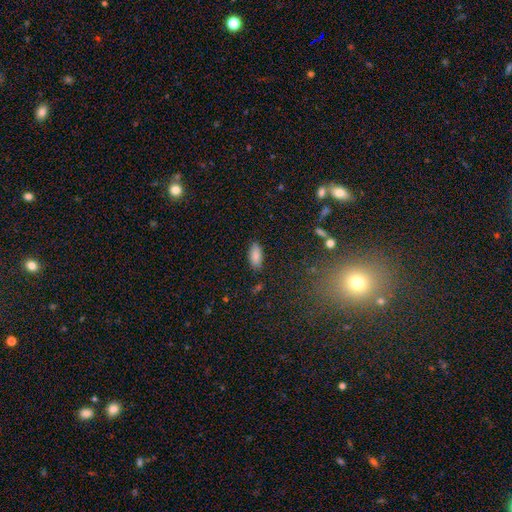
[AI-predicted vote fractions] Q: Smooth or featured?
A: smooth (86%); runner-up: star or artifact (8%)
Q: How rounded?
A: in between (90%); runner-up: cigar-shaped (7%)
Q: Merging?
A: none (84%); runner-up: minor disturbance (12%)